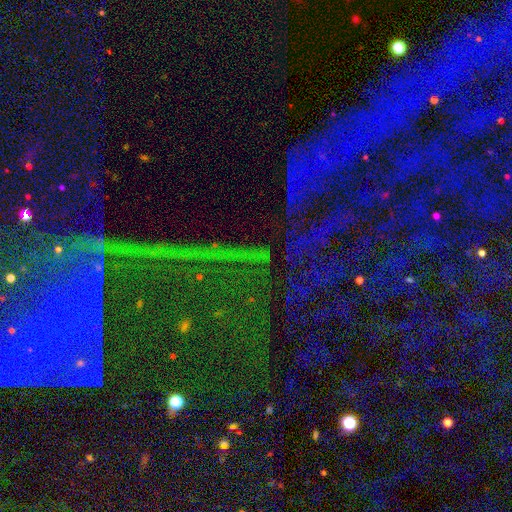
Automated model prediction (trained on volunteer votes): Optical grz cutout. It shows a star or artifact, not a galaxy (80%).